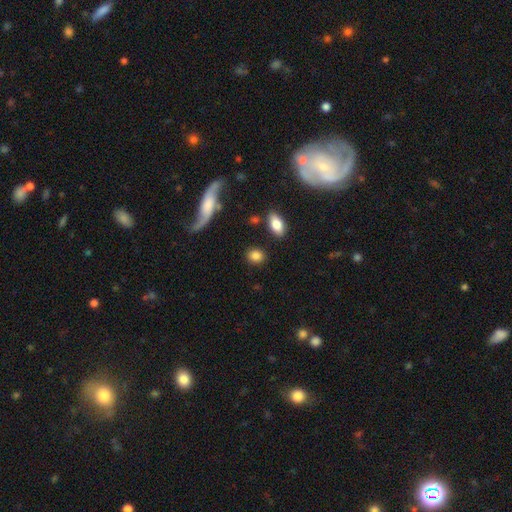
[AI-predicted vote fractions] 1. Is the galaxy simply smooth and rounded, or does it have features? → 84% smooth, 8% star or artifact, 8% featured or disk.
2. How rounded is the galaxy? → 51% round, 46% in between, 3% cigar-shaped.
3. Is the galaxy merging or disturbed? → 83% none, 9% minor disturbance, 4% merger, 4% major disturbance.